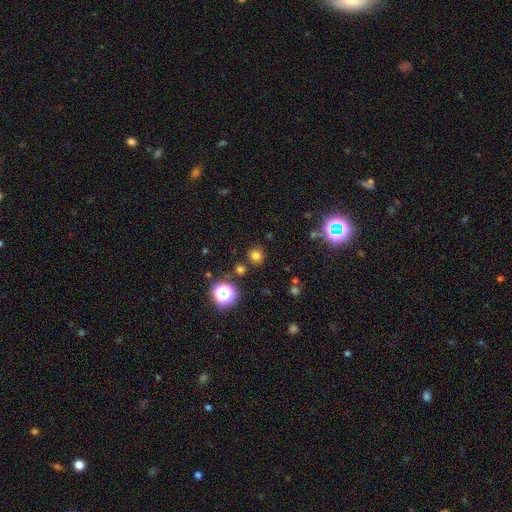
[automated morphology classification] This is likely a smooth galaxy (73%). How rounded: clearly round (93%). Merging: clearly none (86%).